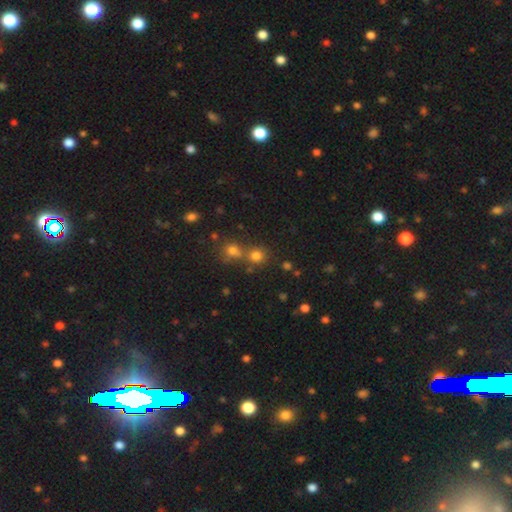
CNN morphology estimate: Smooth or featured? Predicted: smooth (p=0.72). How rounded? Predicted: round (p=0.86). Merging? Predicted: none (p=0.57).